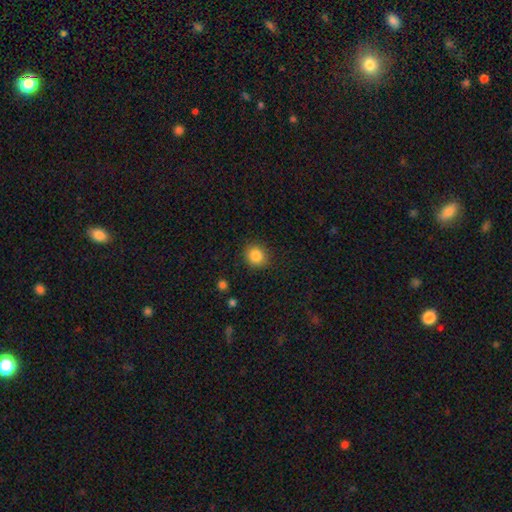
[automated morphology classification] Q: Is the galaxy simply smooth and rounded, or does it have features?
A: smooth — 85%.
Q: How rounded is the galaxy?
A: round — 83%.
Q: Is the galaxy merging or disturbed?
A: none — 90%.